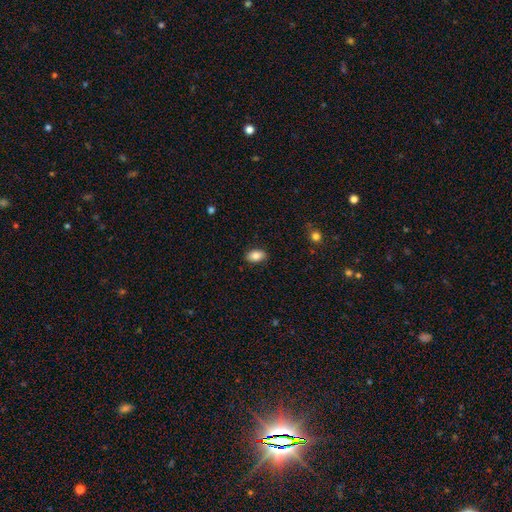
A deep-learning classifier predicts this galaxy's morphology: This is clearly a smooth galaxy (84%). How rounded: clearly in between (90%). Merging: clearly none (86%).